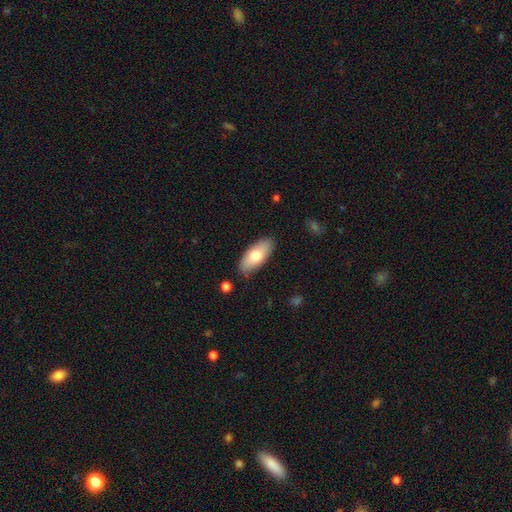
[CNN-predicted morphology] A smooth galaxy with no disk features (71%) that is in between round and cigar-shaped (86%).

Vote fractions:
- Smooth or featured? smooth: 71% / featured or disk: 23% / star or artifact: 6%
- How rounded? in between: 86% / cigar-shaped: 11% / round: 2%
- Merging? none: 85% / minor disturbance: 11% / major disturbance: 2% / merger: 1%